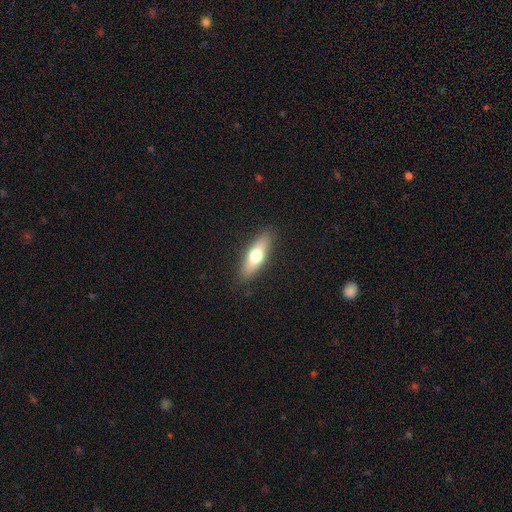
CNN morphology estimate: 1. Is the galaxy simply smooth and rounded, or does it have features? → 61% smooth, 32% featured or disk, 6% star or artifact.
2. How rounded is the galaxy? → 49% in between, 48% cigar-shaped, 3% round.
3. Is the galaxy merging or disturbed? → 88% none, 9% minor disturbance, 2% major disturbance, 1% merger.